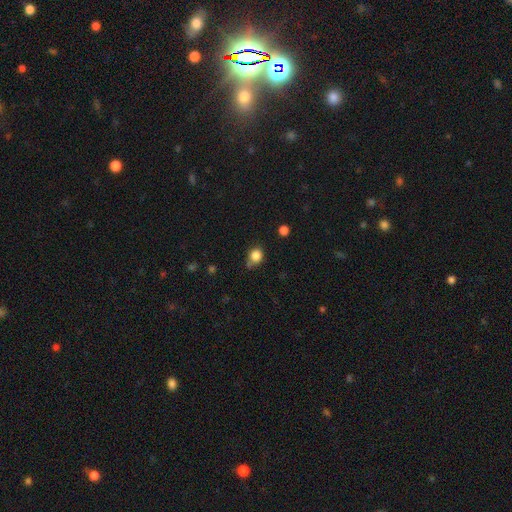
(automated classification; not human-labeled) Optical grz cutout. It shows a smooth galaxy with no disk features (83%) that is round (72%). Merging: none (58%).